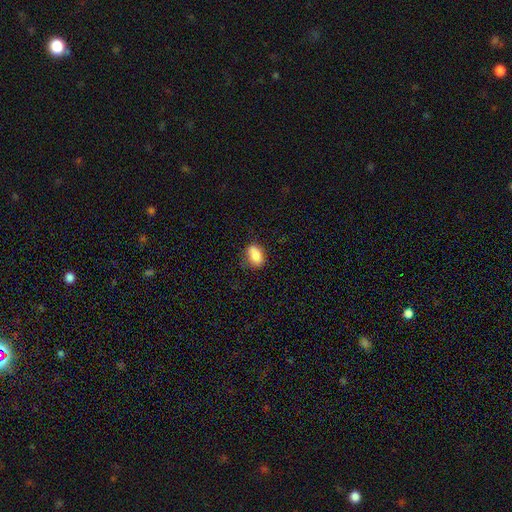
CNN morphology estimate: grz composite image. It shows a smooth galaxy with no disk features (83%) that is in between round and cigar-shaped (85%). Merging: none (73%).